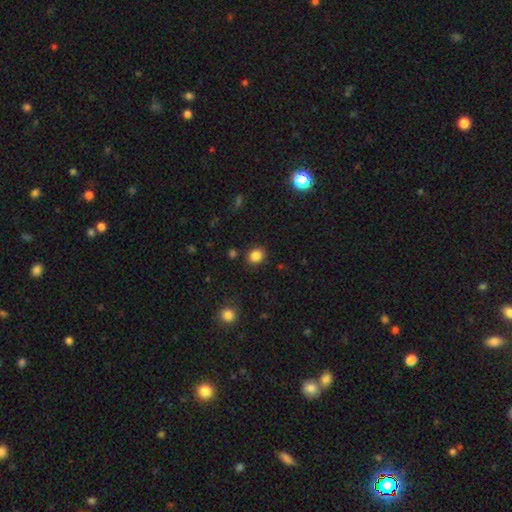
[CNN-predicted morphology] This is clearly a smooth galaxy (85%). How rounded: likely round (73%). Merging: clearly none (87%).